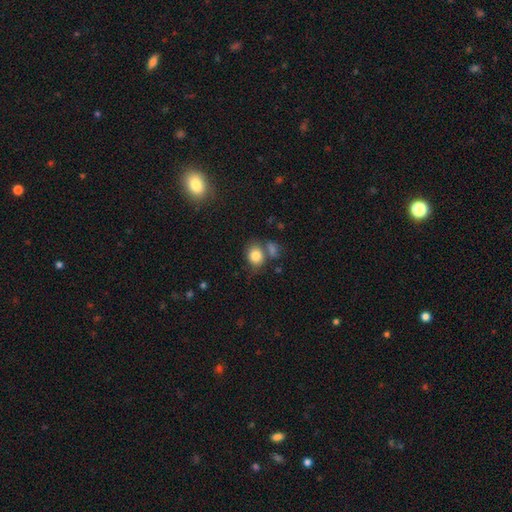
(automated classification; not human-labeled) Overall: smooth (83%). How rounded: round (56%; in between 43%). Merging: none (54%; merger 24%).